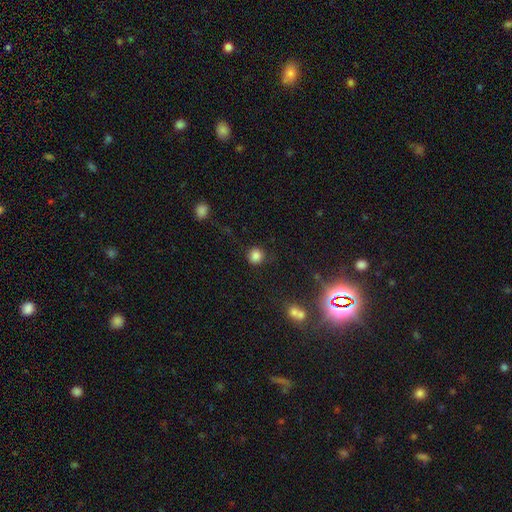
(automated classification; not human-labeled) This appears to be a smooth galaxy with no disk features (83%) that is round (90%). Merging: none (85%).